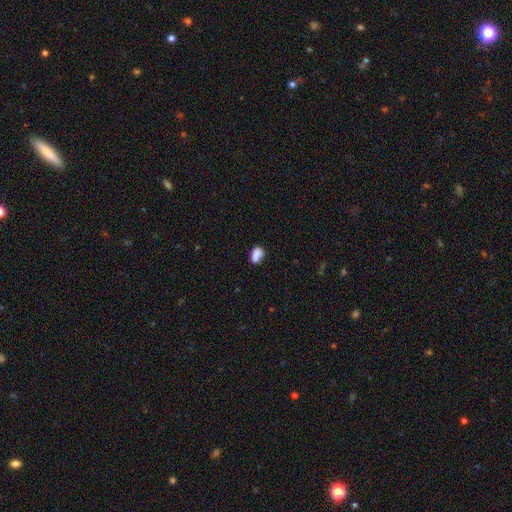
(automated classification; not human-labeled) Smooth or featured: smooth — 83% (star or artifact — 9%)
How rounded: in between — 81% (round — 17%)
Merging: none — 59% (minor disturbance — 23%)